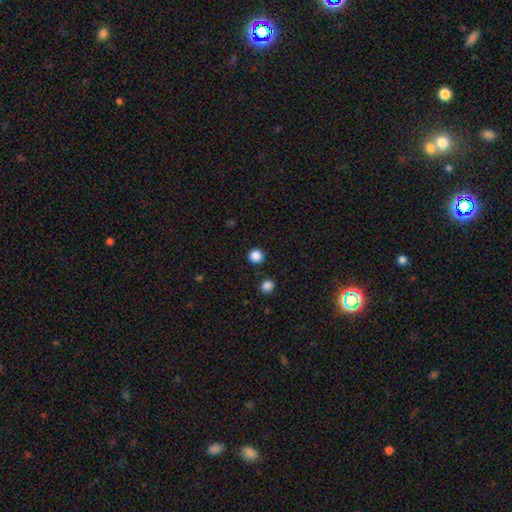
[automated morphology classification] A smooth galaxy with no disk features (87%) that is round (93%).

Vote fractions:
- Smooth or featured? smooth: 87% / star or artifact: 11% / featured or disk: 3%
- How rounded? round: 93% / in between: 6% / cigar-shaped: 1%
- Merging? none: 90% / minor disturbance: 5% / merger: 3% / major disturbance: 2%